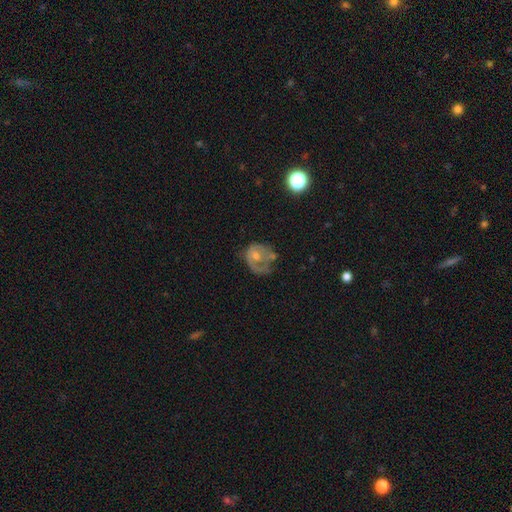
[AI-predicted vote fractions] Smooth or featured: featured or disk — 57% (smooth — 35%)
Edge-on disk: no — 97% (yes — 3%)
Bar: no — 80% (weak — 17%)
Spiral arms: no — 53% (yes — 47%)
Bulge size: moderate — 55% (small — 30%)
Merging: major disturbance — 36% (none — 31%)